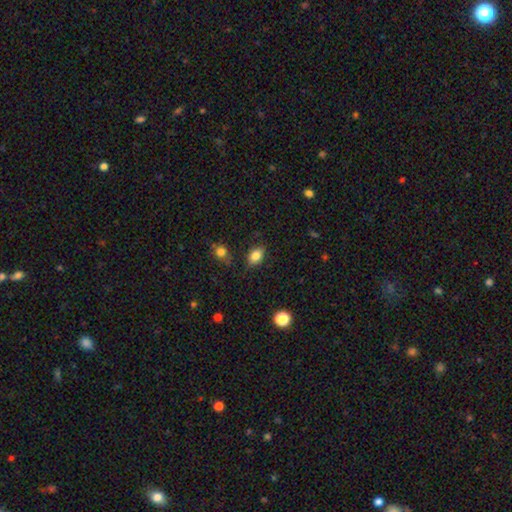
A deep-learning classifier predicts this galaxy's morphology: Q: Smooth or featured?
A: smooth (82%); runner-up: star or artifact (9%)
Q: How rounded?
A: in between (81%); runner-up: round (17%)
Q: Merging?
A: none (81%); runner-up: minor disturbance (13%)